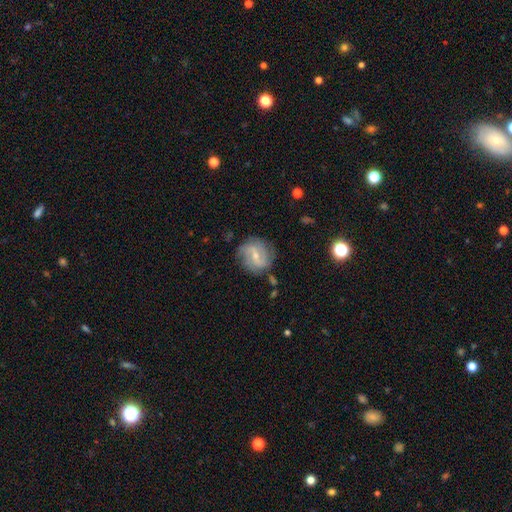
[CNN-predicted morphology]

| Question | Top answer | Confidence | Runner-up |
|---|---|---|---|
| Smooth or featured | featured or disk | 76% | smooth (17%) |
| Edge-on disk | no | 97% | yes (3%) |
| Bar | weak | 53% | strong (24%) |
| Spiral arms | yes | 91% | no (9%) |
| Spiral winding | medium | 42% | tight (29%) |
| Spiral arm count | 2 | 54% | can't tell (19%) |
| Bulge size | small | 60% | moderate (36%) |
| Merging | none | 74% | minor disturbance (17%) |